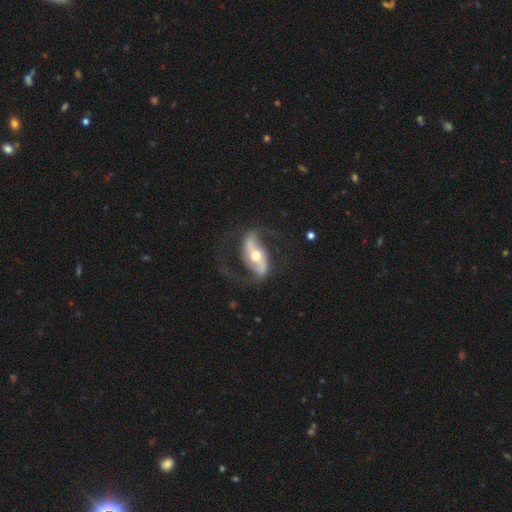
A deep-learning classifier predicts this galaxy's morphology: A featured or disk galaxy (88%) with a strong bar (52%), 2 (93%) loose (60%) spiral arms (94%) and a moderate central bulge (73%). Merging: none (72%).